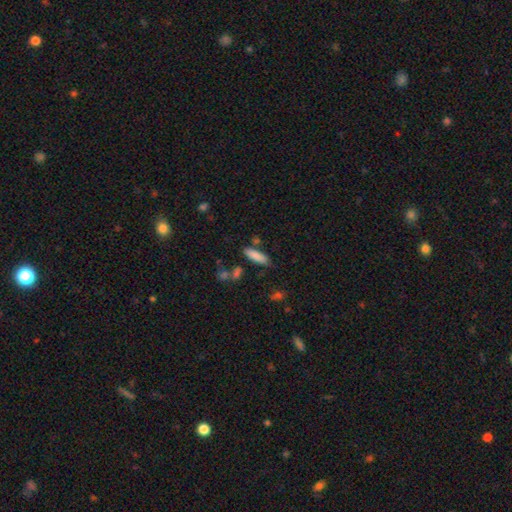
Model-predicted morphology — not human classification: smooth 84%, featured or disk 9%, star or artifact 7%. Down the decision tree: how rounded — cigar-shaped (57%); merging — none (75%).